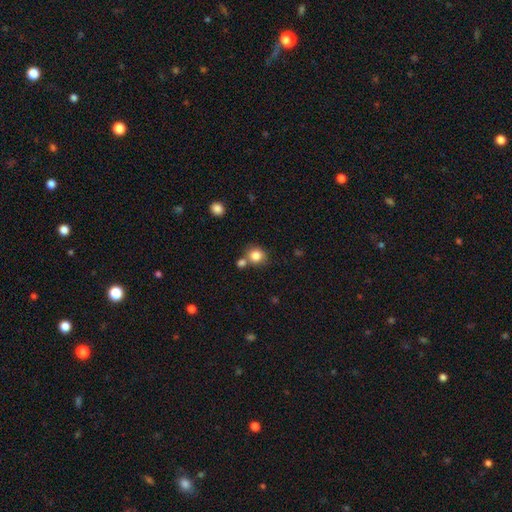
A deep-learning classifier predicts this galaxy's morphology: Smooth or featured?
  - smooth: 84% *
  - star or artifact: 10%
  - featured or disk: 6%
How rounded?
  - round: 81% *
  - in between: 18%
  - cigar-shaped: 1%
Merging?
  - none: 62% *
  - merger: 23%
  - minor disturbance: 11%
  - major disturbance: 3%